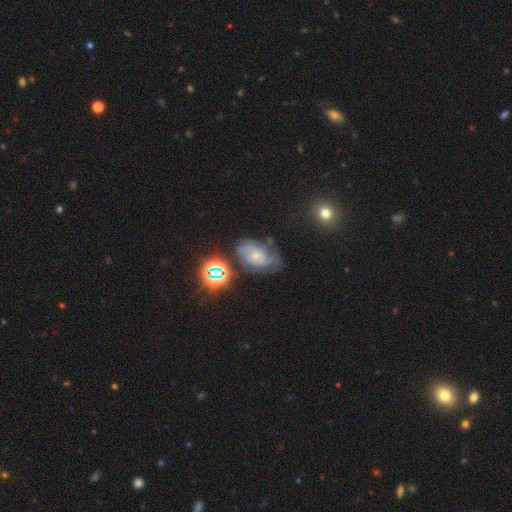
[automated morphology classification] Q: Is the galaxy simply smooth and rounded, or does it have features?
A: featured or disk — 58%.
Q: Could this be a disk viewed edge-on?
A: no — 96%.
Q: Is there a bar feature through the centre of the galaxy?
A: no — 78%.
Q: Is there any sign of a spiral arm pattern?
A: yes — 82%.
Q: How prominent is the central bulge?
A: small — 66%.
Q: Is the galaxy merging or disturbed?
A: none — 46%.